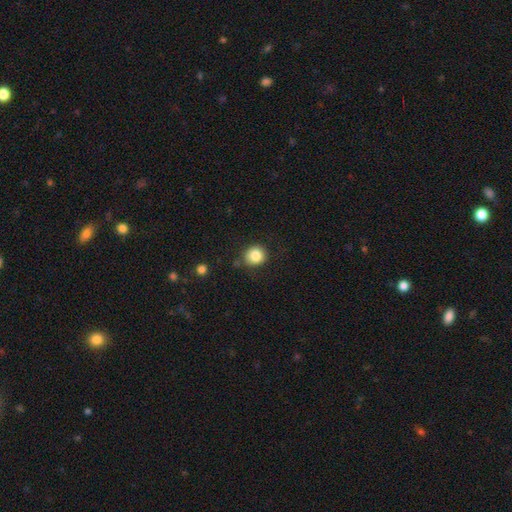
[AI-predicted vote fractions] The model was most divided on "merging": none: 80%, minor disturbance: 13%, major disturbance: 3%, merger: 3%. More confident: how rounded — round (88%); smooth or featured — smooth (85%).